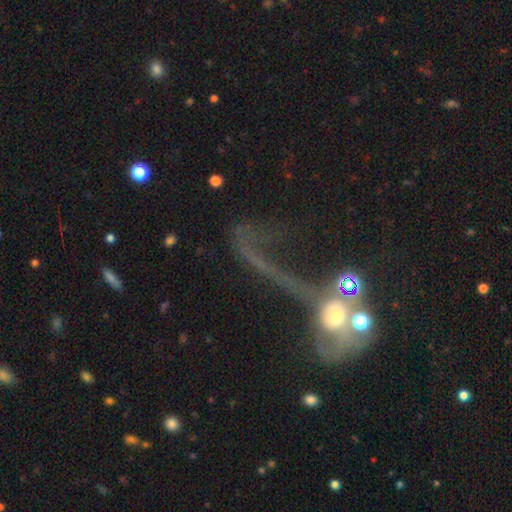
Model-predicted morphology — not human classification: featured or disk 51%, smooth 30%, star or artifact 20%. Down the decision tree: edge-on disk — no (85%); merging — merger (40%).